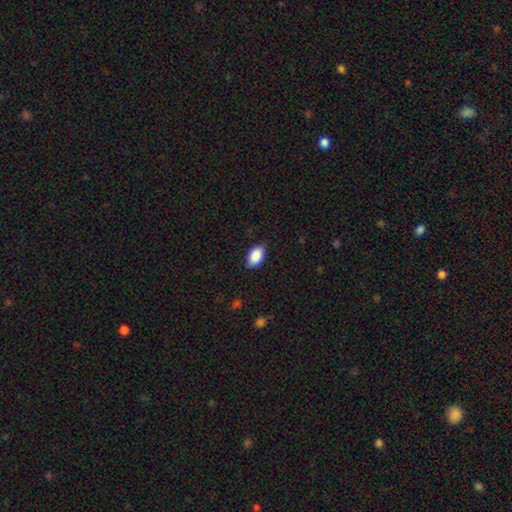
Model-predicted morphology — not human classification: smooth 89%, star or artifact 7%, featured or disk 4%. Down the decision tree: how rounded — in between (92%); merging — none (83%).